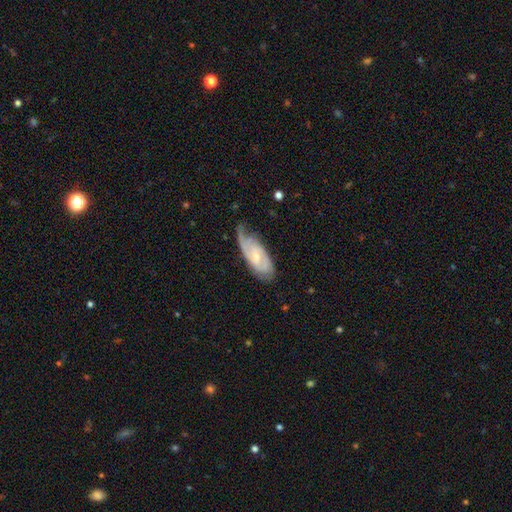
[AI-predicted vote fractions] This is likely a featured or disk galaxy (77%). It is clearly not viewed edge-on (92%). Bar: possibly no (46%). Spiral arm pattern: clearly yes (93%). Spiral arm count: possibly 2 (57%). Spiral winding: possibly tight (46%). Central bulge: likely small (64%). Merging: possibly none (53%).